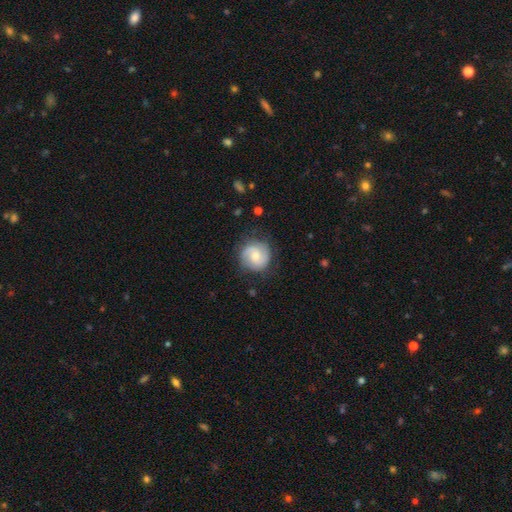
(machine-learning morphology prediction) A featured or disk galaxy (60%) with no bar (55%), 2 (79%) medium (43%) spiral arms (90%) and a moderate central bulge (55%). Merging: none (78%).